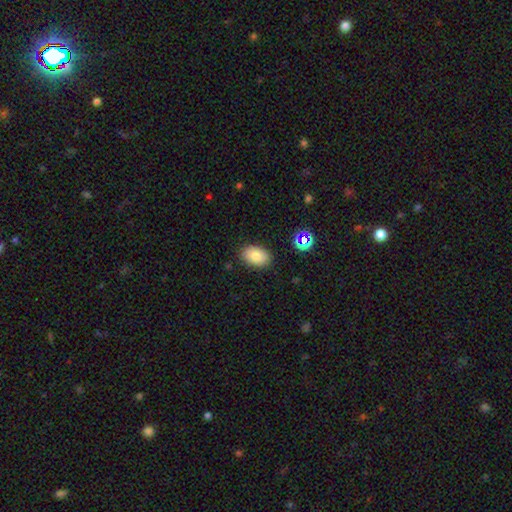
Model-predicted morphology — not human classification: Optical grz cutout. It shows a smooth galaxy with no disk features (81%) that is in between round and cigar-shaped (89%). Merging: none (86%).